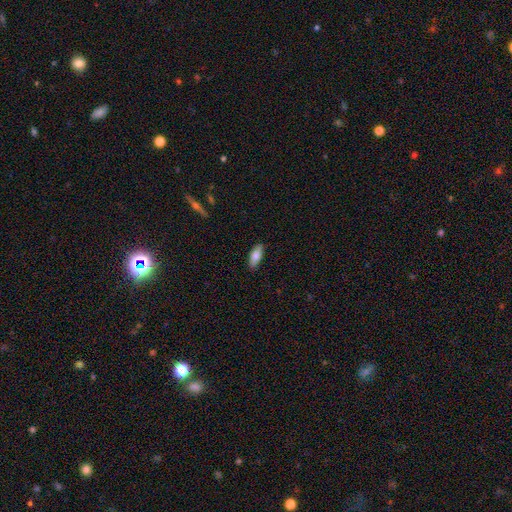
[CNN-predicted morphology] The model was most divided on "how rounded": in between: 75%, cigar-shaped: 23%, round: 2%. More confident: merging — none (87%); smooth or featured — smooth (80%).